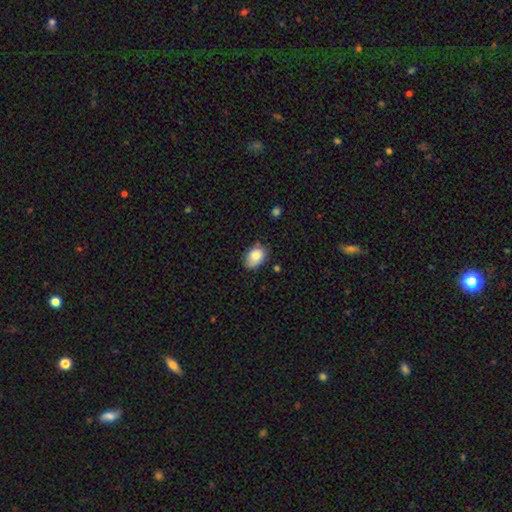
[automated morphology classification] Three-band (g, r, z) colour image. It shows a smooth galaxy with no disk features (83%) that is in between round and cigar-shaped (83%). Merging: none (67%).